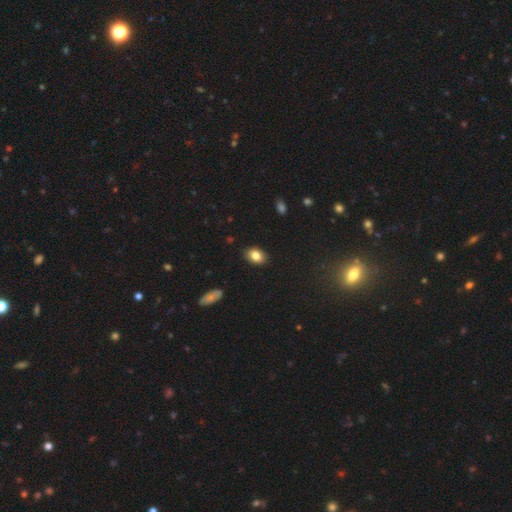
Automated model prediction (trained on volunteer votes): Smooth or featured? Predicted: smooth (p=0.83). How rounded? Predicted: in between (p=0.79). Merging? Predicted: none (p=0.87).